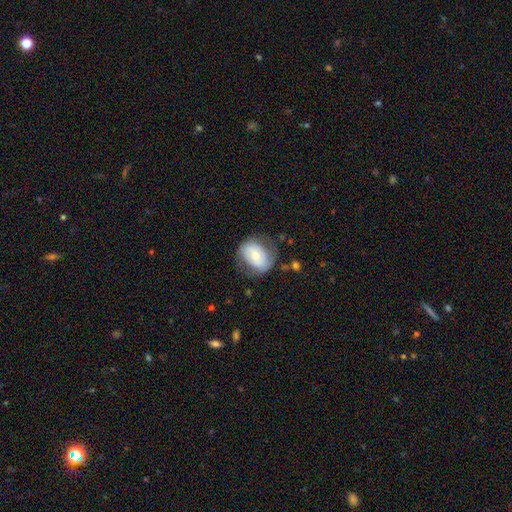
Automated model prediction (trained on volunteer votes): Smooth or featured? Predicted: smooth (p=0.51). How rounded? Predicted: in between (p=0.60). Merging? Predicted: none (p=0.62).